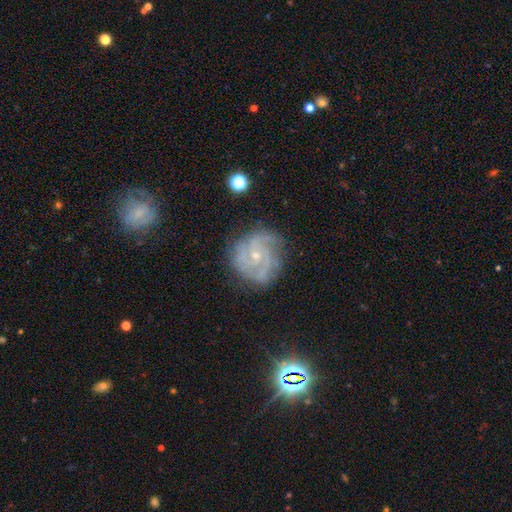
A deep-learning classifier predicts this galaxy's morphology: This appears to be a featured or disk galaxy (83%) with no bar (71%), 3 (34%) tight (55%) spiral arms (94%) and a small central bulge (70%). Merging: none (72%).